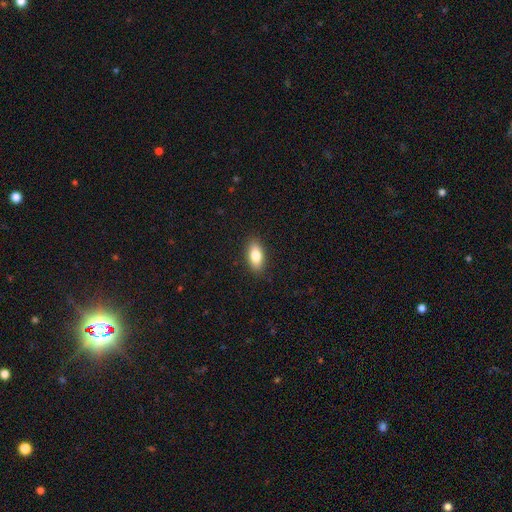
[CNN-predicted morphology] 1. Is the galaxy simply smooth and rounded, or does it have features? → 81% smooth, 12% featured or disk, 7% star or artifact.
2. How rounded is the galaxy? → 87% in between, 9% cigar-shaped, 4% round.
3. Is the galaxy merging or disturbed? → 89% none, 8% minor disturbance, 2% major disturbance, 1% merger.